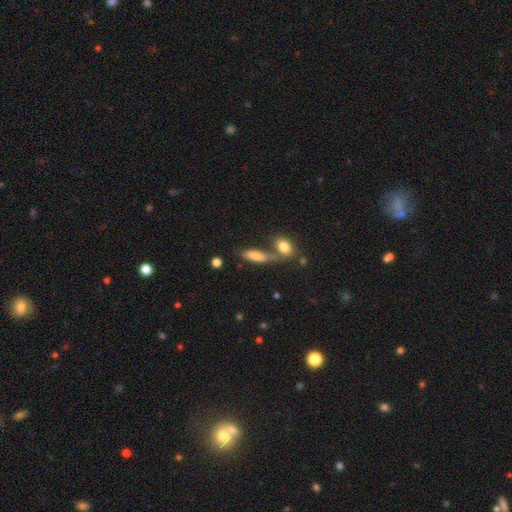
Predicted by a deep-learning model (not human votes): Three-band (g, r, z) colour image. It shows a smooth galaxy with no disk features (69%) that is in between round and cigar-shaped (55%). Merging: none (45%).